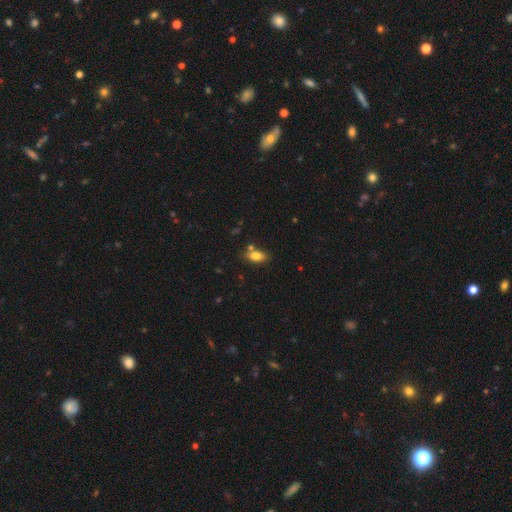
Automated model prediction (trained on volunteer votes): The model was most divided on "merging": none: 68%, minor disturbance: 15%, merger: 13%, major disturbance: 4%. More confident: how rounded — in between (87%); smooth or featured — smooth (81%).